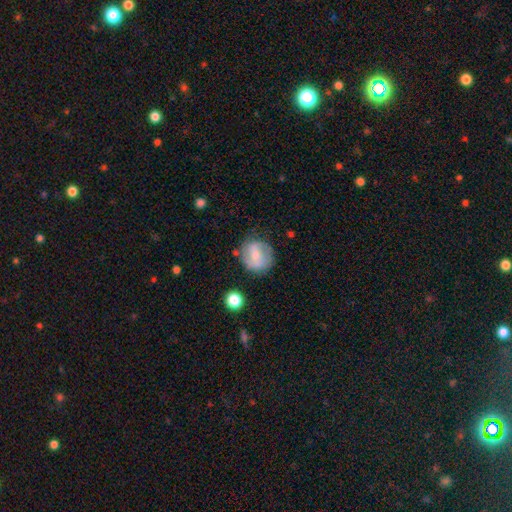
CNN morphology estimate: smooth 59%, featured or disk 33%, star or artifact 8%. Down the decision tree: how rounded — round (81%); merging — none (68%).